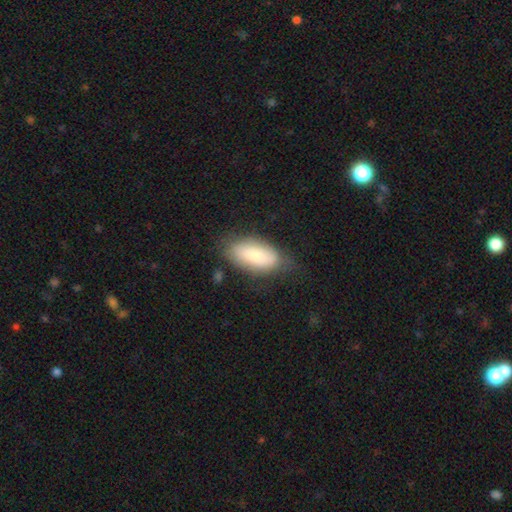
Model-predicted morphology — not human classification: Smooth or featured? smooth (77%)
How rounded? in between (90%)
Merging? none (65%)